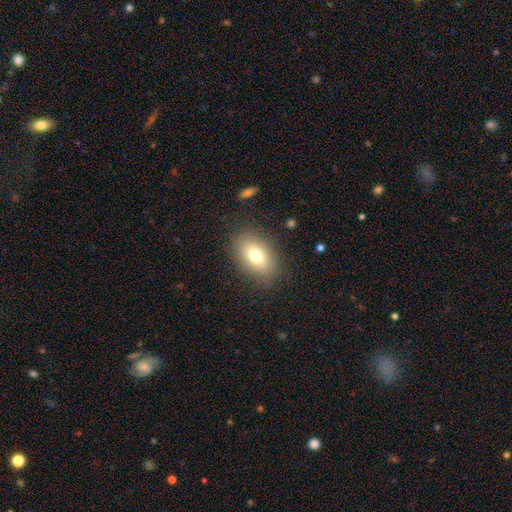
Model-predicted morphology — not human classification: A smooth galaxy with no disk features (74%) that is in between round and cigar-shaped (85%). Merging: none (83%).